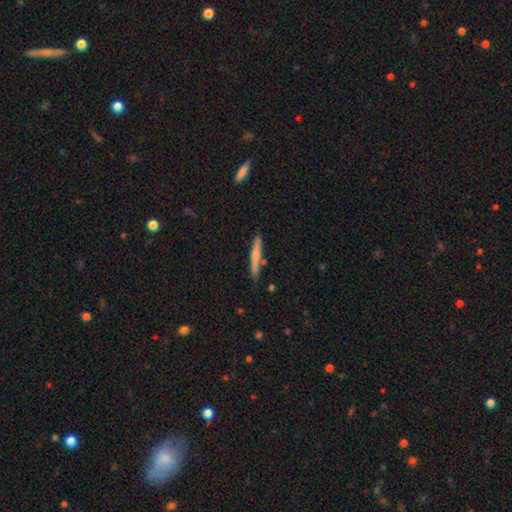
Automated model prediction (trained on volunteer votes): smooth 61%, featured or disk 34%, star or artifact 6%. Down the decision tree: how rounded — cigar-shaped (94%); merging — none (78%).